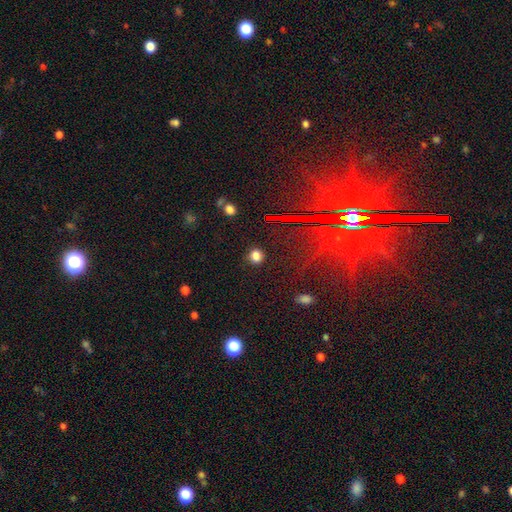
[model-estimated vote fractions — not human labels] Smooth or featured? smooth (78%)
How rounded? round (77%)
Merging? none (87%)